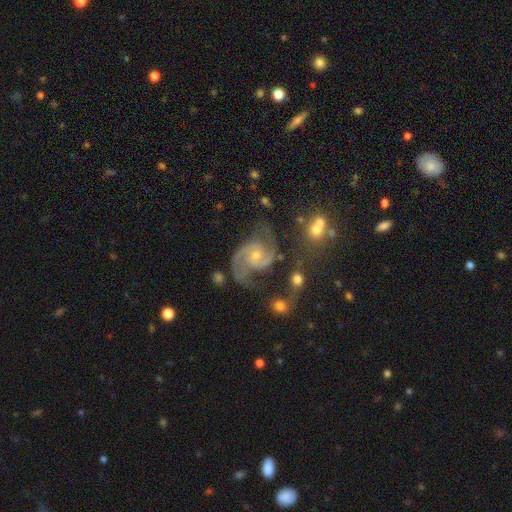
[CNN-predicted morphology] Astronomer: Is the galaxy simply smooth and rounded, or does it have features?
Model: featured or disk — 91%.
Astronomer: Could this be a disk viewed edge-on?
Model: no — 98%.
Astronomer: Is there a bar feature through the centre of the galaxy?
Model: no — 63%.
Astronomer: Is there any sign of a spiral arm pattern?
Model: yes — 98%.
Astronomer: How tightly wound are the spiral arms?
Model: medium — 58%.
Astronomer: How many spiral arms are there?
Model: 2 — 83%.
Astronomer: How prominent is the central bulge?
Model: small — 61%.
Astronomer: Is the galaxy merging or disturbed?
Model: none — 60%.